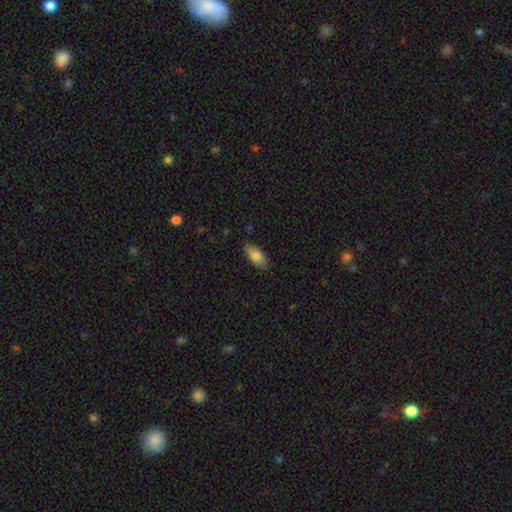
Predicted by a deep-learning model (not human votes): smooth 78%, featured or disk 16%, star or artifact 7%. Down the decision tree: how rounded — in between (88%); merging — none (85%).